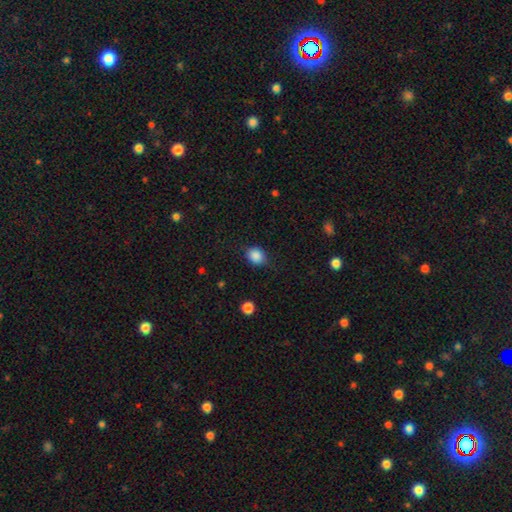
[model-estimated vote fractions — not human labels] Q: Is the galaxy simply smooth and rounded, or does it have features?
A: smooth — 87%.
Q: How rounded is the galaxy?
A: round — 59%.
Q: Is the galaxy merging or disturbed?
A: none — 78%.